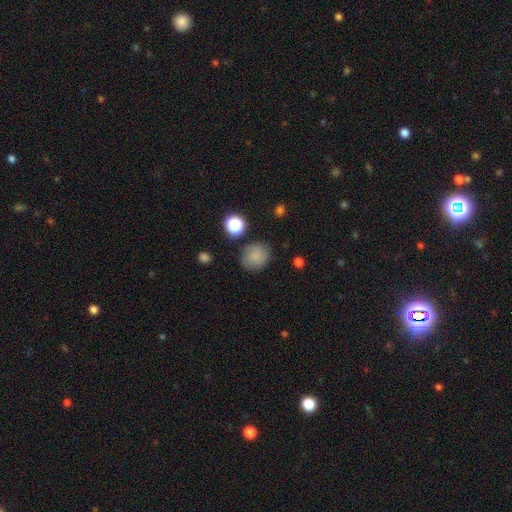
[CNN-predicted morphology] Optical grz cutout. It shows a smooth galaxy with no disk features (78%) that is round (77%). Merging: none (77%).